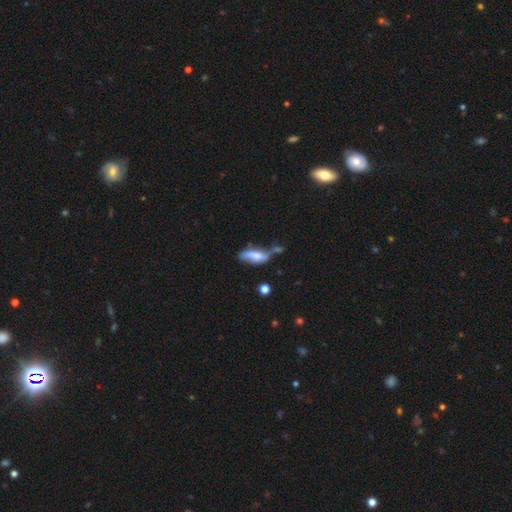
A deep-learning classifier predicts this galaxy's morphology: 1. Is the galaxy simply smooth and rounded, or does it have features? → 50% smooth, 41% featured or disk, 8% star or artifact.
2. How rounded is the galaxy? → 62% in between, 34% cigar-shaped, 3% round.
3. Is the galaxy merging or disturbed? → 32% none, 26% merger, 25% minor disturbance, 16% major disturbance.